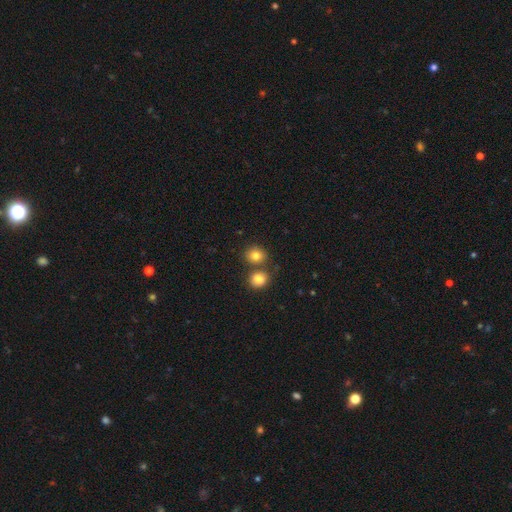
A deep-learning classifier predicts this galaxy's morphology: smooth-or-featured: smooth: 81% | star or artifact: 11% | featured or disk: 7%
  how-rounded: round: 74% | in between: 25% | cigar-shaped: 1%
  merging: none: 62% | merger: 26% | minor disturbance: 9% | major disturbance: 3%